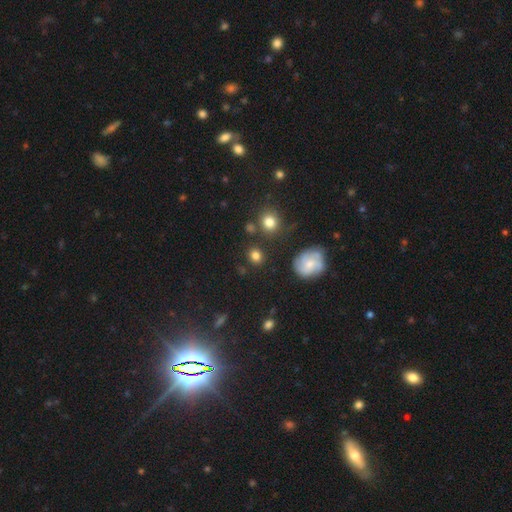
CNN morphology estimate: Overall: smooth (80%). How rounded: round (80%). Merging: none (82%).